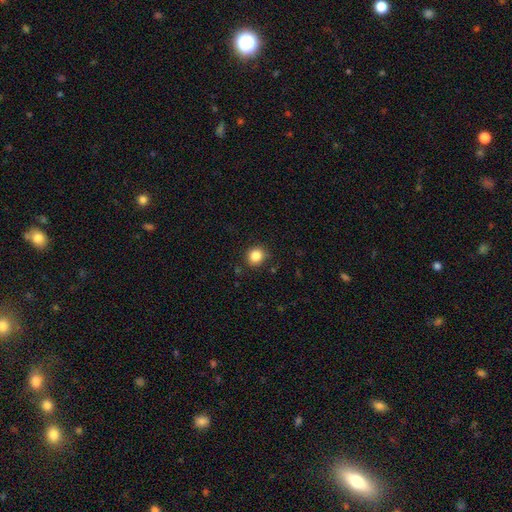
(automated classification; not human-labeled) Q: Smooth or featured?
A: smooth (85%); runner-up: star or artifact (11%)
Q: How rounded?
A: round (86%); runner-up: in between (13%)
Q: Merging?
A: none (88%); runner-up: minor disturbance (8%)